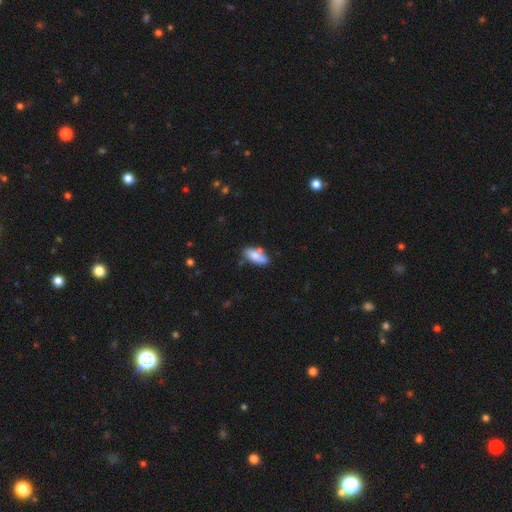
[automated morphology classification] A smooth galaxy with no disk features (77%) that is in between round and cigar-shaped (81%). Merging: none (60%).